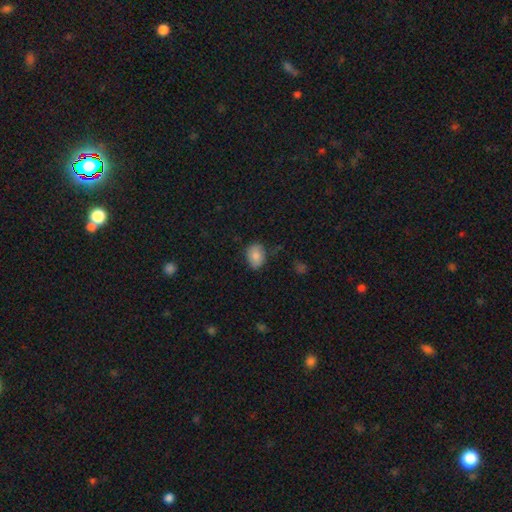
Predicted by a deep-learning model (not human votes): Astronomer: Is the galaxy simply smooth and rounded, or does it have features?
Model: smooth — 85%.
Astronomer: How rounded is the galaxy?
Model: in between — 73%.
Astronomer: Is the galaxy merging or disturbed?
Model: none — 74%.